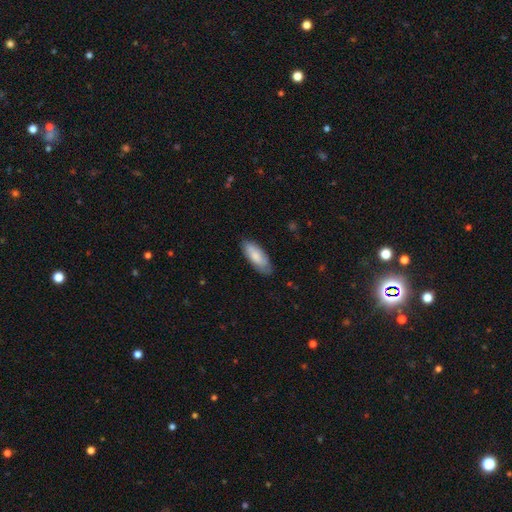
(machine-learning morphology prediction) smooth-or-featured: smooth: 75% | featured or disk: 20% | star or artifact: 6%
  how-rounded: in between: 78% | cigar-shaped: 20% | round: 2%
  merging: none: 79% | minor disturbance: 17% | major disturbance: 3% | merger: 1%